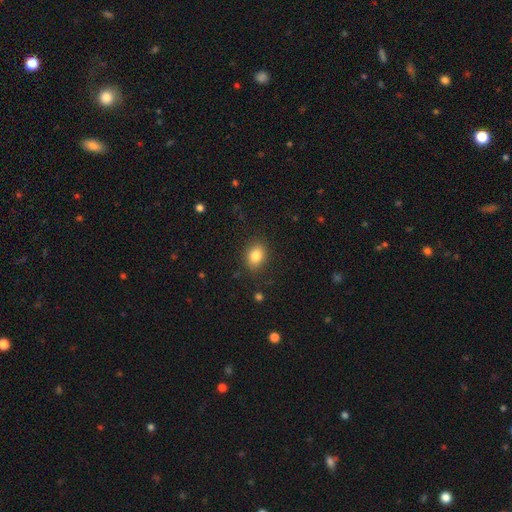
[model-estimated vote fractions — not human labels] Q: Smooth or featured?
A: smooth (83%); runner-up: star or artifact (10%)
Q: How rounded?
A: in between (59%); runner-up: round (40%)
Q: Merging?
A: none (85%); runner-up: minor disturbance (10%)